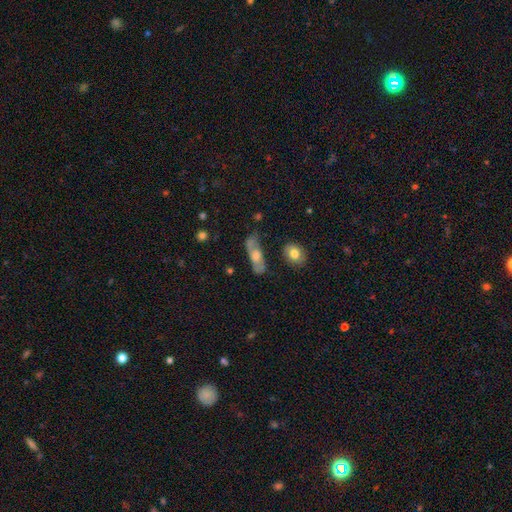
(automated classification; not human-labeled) featured or disk 51%, smooth 37%, star or artifact 13%. Down the decision tree: edge-on disk — no (68%); merging — none (60%).